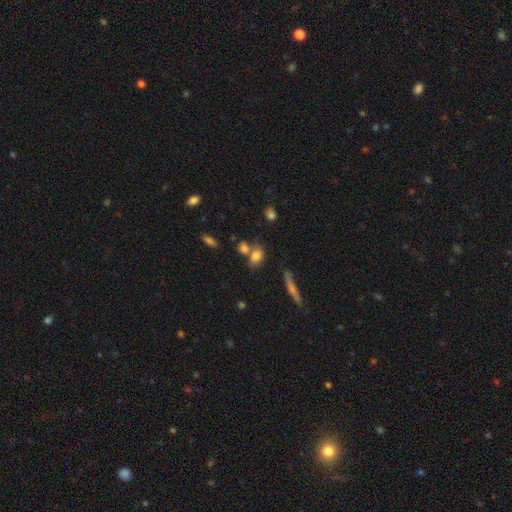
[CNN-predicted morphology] Overall: smooth (76%). How rounded: in between (76%). Merging: none (49%; merger 33%).